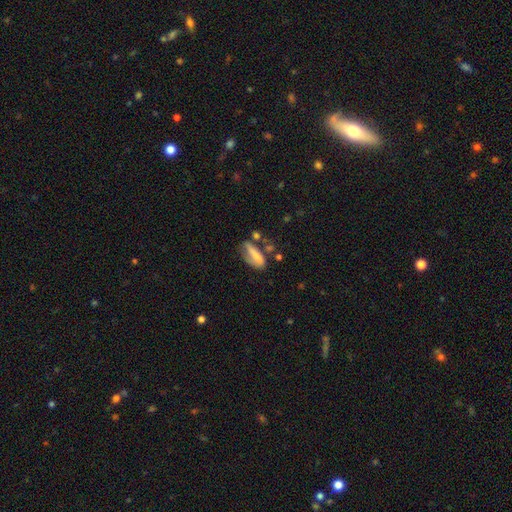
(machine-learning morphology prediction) Smooth or featured? smooth (62%)
How rounded? in between (71%)
Merging? none (34%)